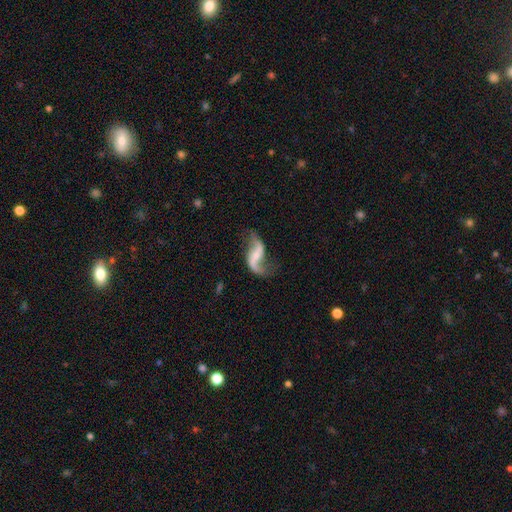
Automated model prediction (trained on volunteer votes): Morphology: type=featured or disk (87%); edge-on=no (97%); bar=weak (40%); spiral arms=yes (95%); winding=loose (89%); arm count=2 (88%); bulge=small (51%); merging=none (62%).